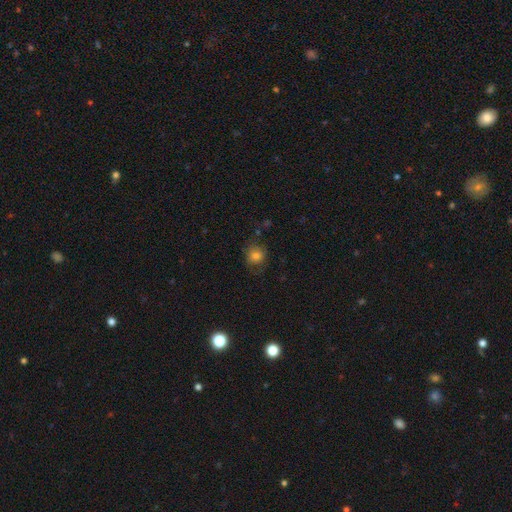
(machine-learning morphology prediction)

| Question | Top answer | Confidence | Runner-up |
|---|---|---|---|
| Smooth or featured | smooth | 77% | featured or disk (11%) |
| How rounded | round | 79% | in between (20%) |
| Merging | none | 68% | minor disturbance (21%) |